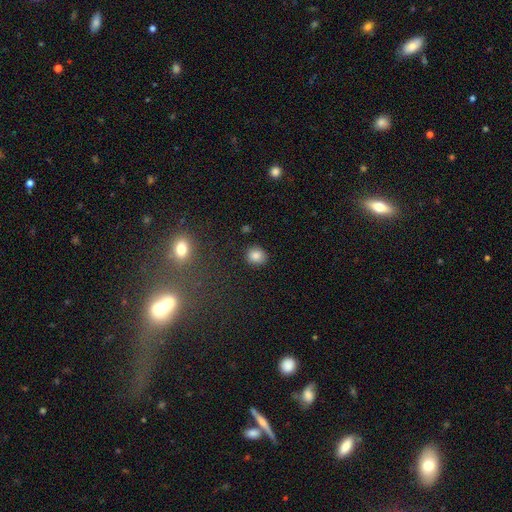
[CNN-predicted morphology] Overall: smooth (84%). How rounded: round (79%). Merging: none (87%).